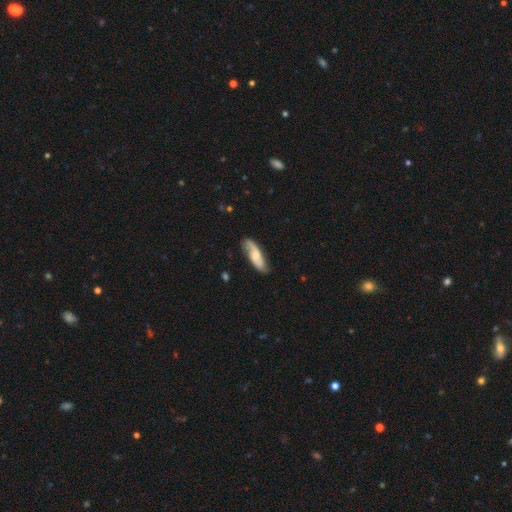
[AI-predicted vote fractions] This appears to be a featured or disk galaxy (60%) with no bar (59%), spiral arms (90%) and a moderate central bulge (52%). Merging: none (75%).